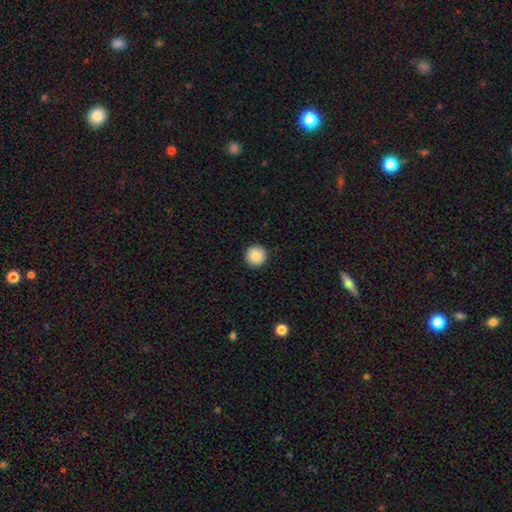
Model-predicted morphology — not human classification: Smooth or featured: smooth — 87% (star or artifact — 8%)
How rounded: round — 96% (in between — 3%)
Merging: none — 93% (minor disturbance — 5%)